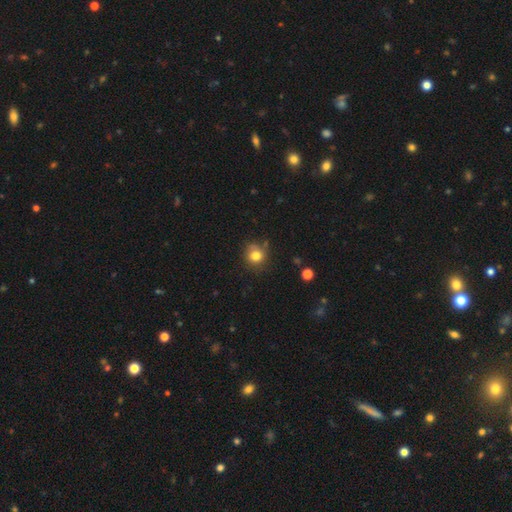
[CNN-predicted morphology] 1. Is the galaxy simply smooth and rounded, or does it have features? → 80% smooth, 12% star or artifact, 8% featured or disk.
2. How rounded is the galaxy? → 86% round, 13% in between, 1% cigar-shaped.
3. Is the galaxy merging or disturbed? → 73% none, 18% minor disturbance, 5% major disturbance, 4% merger.